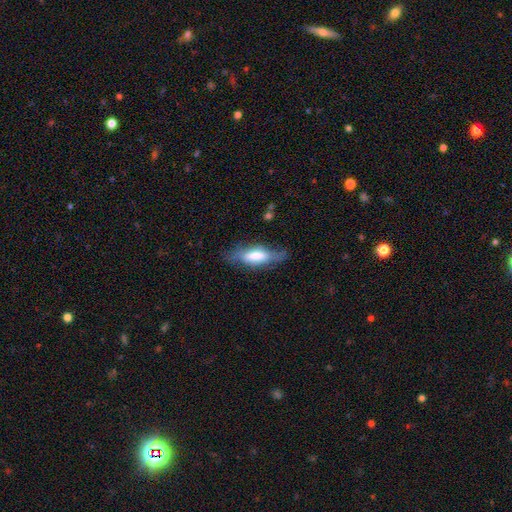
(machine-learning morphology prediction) Smooth or featured?
  - smooth: 54% *
  - featured or disk: 39%
  - star or artifact: 7%
How rounded?
  - in between: 51% *
  - cigar-shaped: 47%
  - round: 2%
Merging?
  - none: 65% *
  - minor disturbance: 24%
  - major disturbance: 9%
  - merger: 2%